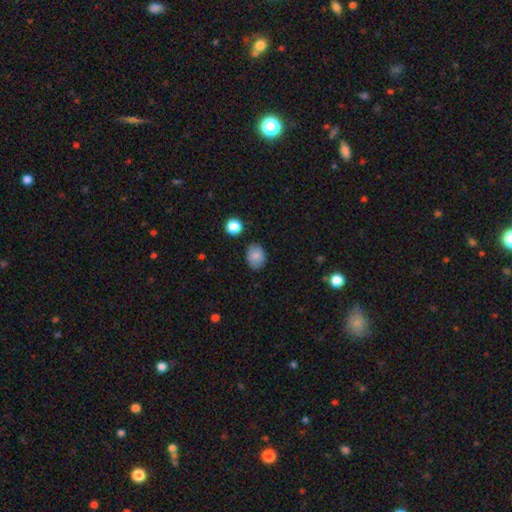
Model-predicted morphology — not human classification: type=smooth (85%); roundness=in between (63%); merging=none (83%).